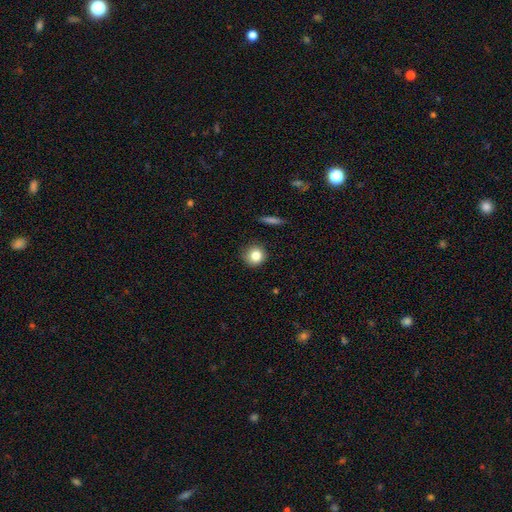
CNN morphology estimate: A smooth galaxy with no disk features (82%) that is round (91%). Merging: none (87%).